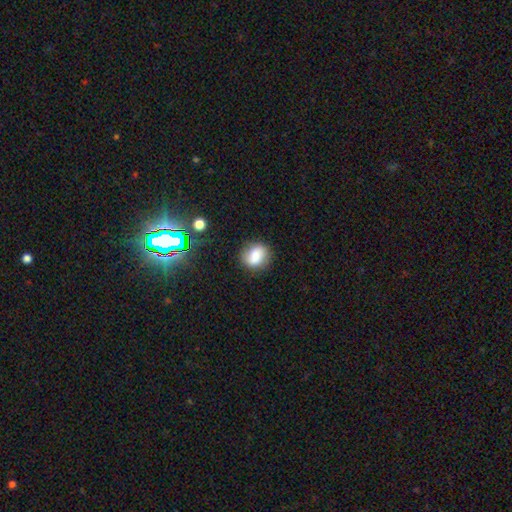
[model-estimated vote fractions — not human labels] Q: Smooth or featured?
A: smooth (75%); runner-up: featured or disk (14%)
Q: How rounded?
A: round (68%); runner-up: in between (30%)
Q: Merging?
A: none (79%); runner-up: minor disturbance (14%)